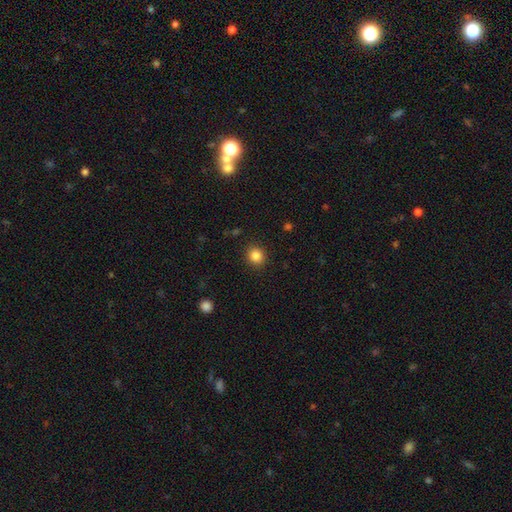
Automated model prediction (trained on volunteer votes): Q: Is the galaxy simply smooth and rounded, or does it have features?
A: smooth — 85%.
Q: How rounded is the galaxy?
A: round — 82%.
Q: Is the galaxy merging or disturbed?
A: none — 90%.